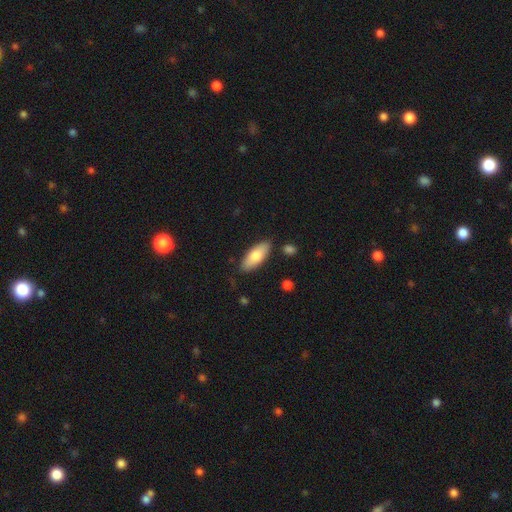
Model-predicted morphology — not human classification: type=smooth (77%); roundness=in between (79%); merging=none (85%).